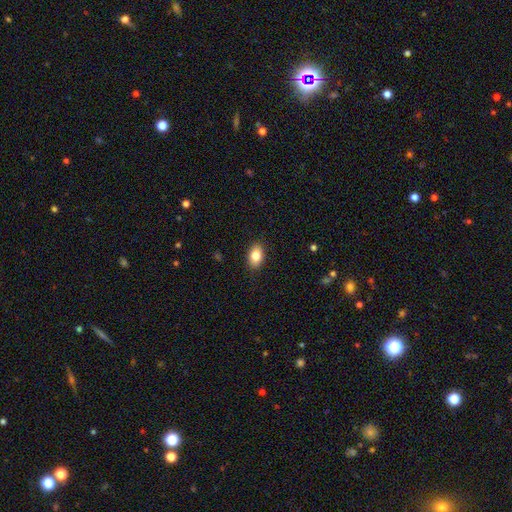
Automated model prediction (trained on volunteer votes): Smooth or featured: smooth — 84% (featured or disk — 8%)
How rounded: in between — 88% (round — 10%)
Merging: none — 88% (minor disturbance — 9%)